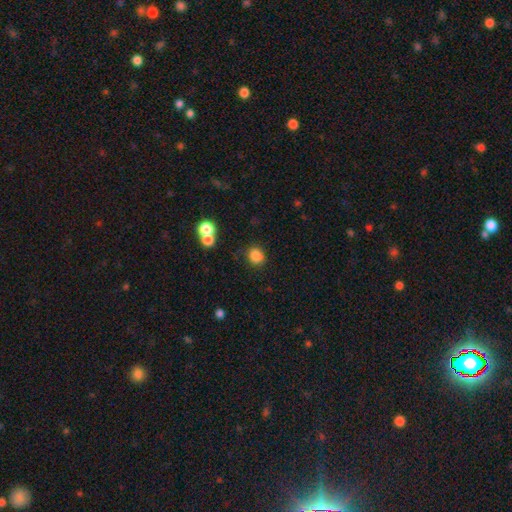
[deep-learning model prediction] Morphology: type=smooth (83%); roundness=round (74%); merging=none (81%).